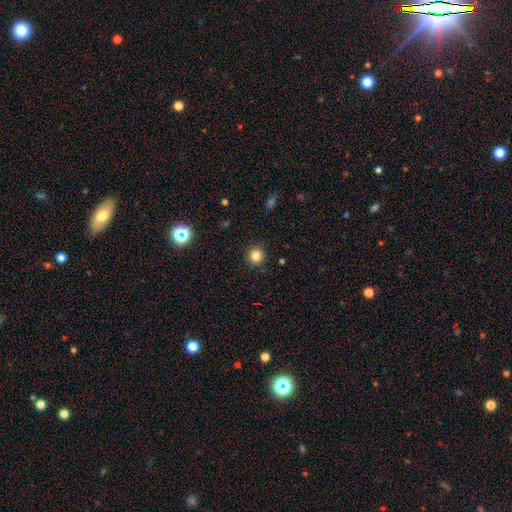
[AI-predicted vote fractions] smooth 80%, star or artifact 14%, featured or disk 6%. Down the decision tree: how rounded — round (94%); merging — none (90%).